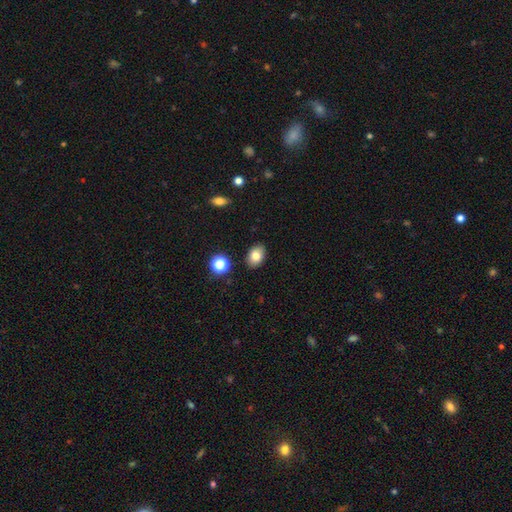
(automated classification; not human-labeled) smooth_or_featured: smooth (p=0.80) [alt: featured or disk p=0.10]
how_rounded: in between (p=0.83) [alt: round p=0.16]
merging: none (p=0.88) [alt: minor disturbance p=0.08]